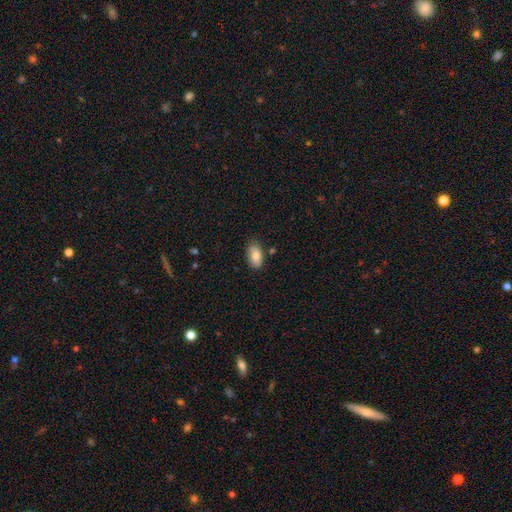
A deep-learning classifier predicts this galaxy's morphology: type=smooth (82%); roundness=in between (93%); merging=none (80%).